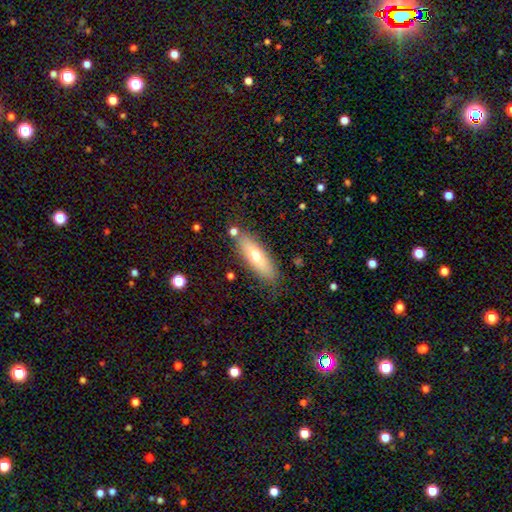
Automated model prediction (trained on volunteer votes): The model was most divided on "how rounded": cigar-shaped: 53%, in between: 45%, round: 2%. More confident: merging — none (78%); smooth or featured — smooth (63%).